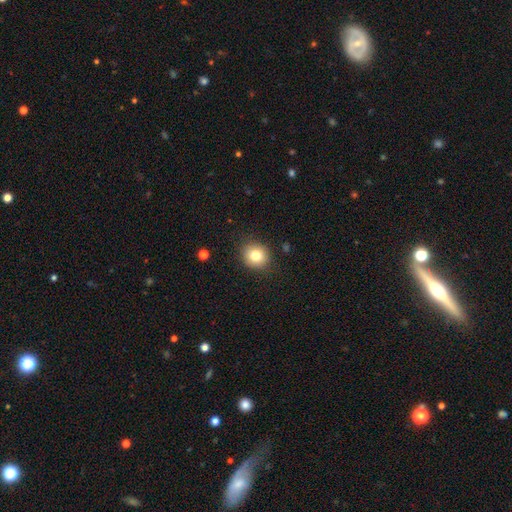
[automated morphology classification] type=smooth (79%); roundness=round (82%); merging=none (87%).